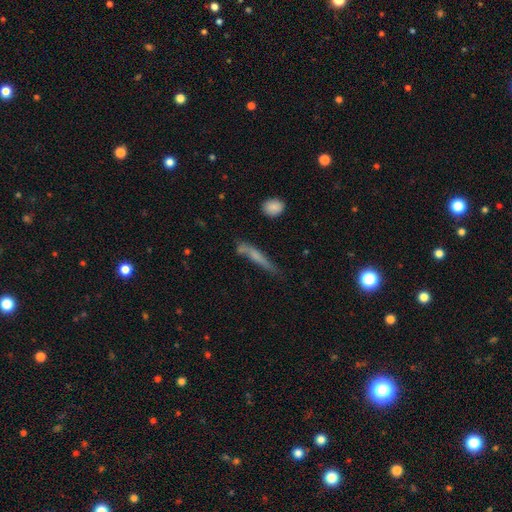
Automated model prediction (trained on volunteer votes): Smooth or featured? Predicted: smooth (p=0.55). How rounded? Predicted: cigar-shaped (p=0.90). Merging? Predicted: none (p=0.58).